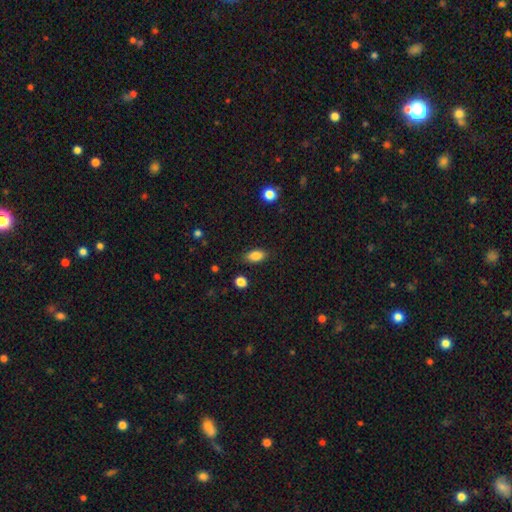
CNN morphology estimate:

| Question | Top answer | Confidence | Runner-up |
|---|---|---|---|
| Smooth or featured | smooth | 85% | star or artifact (9%) |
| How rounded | in between | 87% | cigar-shaped (7%) |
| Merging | none | 84% | minor disturbance (12%) |